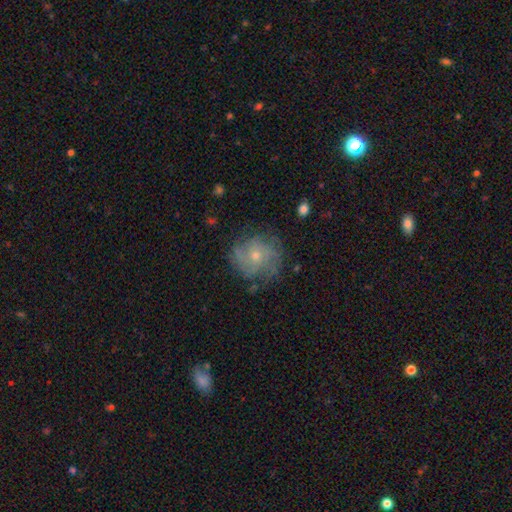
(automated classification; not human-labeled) Smooth or featured? Predicted: featured or disk (p=0.60). Edge-on disk? Predicted: no (p=0.97). Bar? Predicted: no (p=0.83). Spiral arms? Predicted: yes (p=0.80). Bulge size? Predicted: small (p=0.60). Merging? Predicted: none (p=0.71).